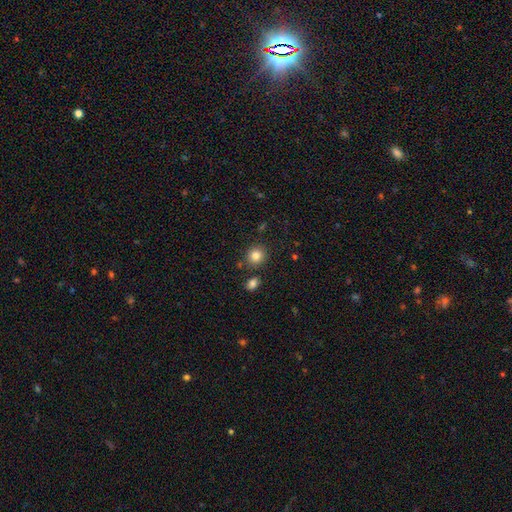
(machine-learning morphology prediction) smooth_or_featured: smooth (p=0.83) [alt: star or artifact p=0.11]
how_rounded: round (p=0.83) [alt: in between p=0.16]
merging: none (p=0.83) [alt: minor disturbance p=0.08]